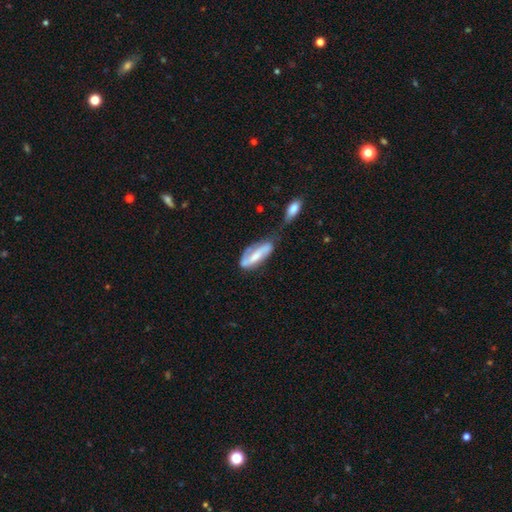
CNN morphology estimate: Q: Smooth or featured?
A: featured or disk (57%); runner-up: smooth (36%)
Q: Edge-on disk?
A: no (85%); runner-up: yes (15%)
Q: Merging?
A: none (31%); runner-up: minor disturbance (25%)